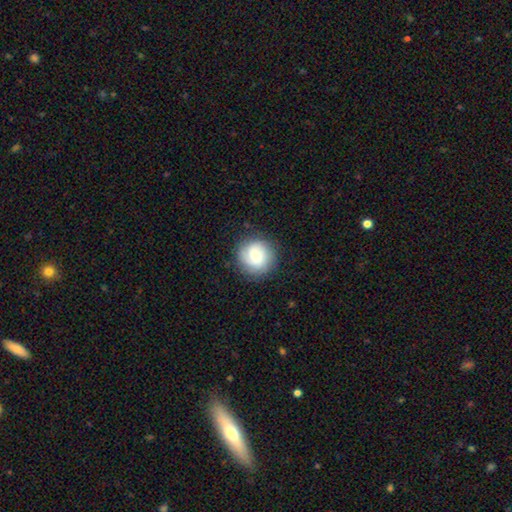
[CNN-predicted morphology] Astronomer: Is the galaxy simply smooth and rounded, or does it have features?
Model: smooth — 51% (runner-up: featured or disk, 41%).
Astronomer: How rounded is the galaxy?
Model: round — 91%.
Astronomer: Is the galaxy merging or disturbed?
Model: none — 82%.